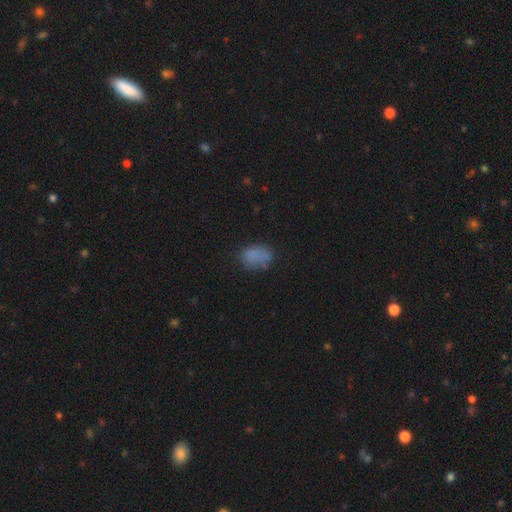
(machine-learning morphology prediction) Overall: smooth (76%). How rounded: in between (75%). Merging: none (61%; minor disturbance 23%).